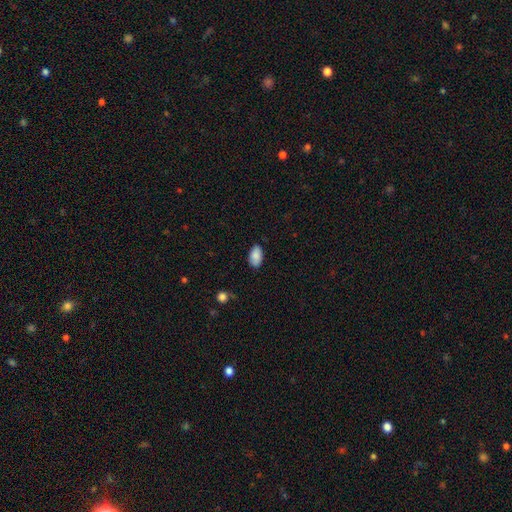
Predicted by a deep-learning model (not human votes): smooth_or_featured: smooth (p=0.87) [alt: star or artifact p=0.07]
how_rounded: in between (p=0.95) [alt: round p=0.04]
merging: none (p=0.84) [alt: minor disturbance p=0.13]